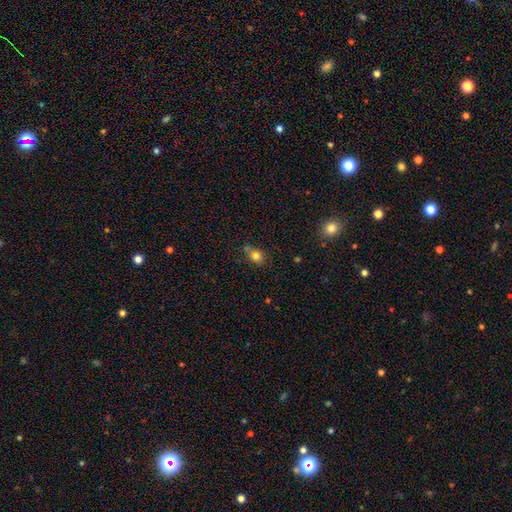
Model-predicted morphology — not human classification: Smooth or featured: smooth — 80% (star or artifact — 12%)
How rounded: round — 58% (in between — 41%)
Merging: none — 57% (merger — 20%)